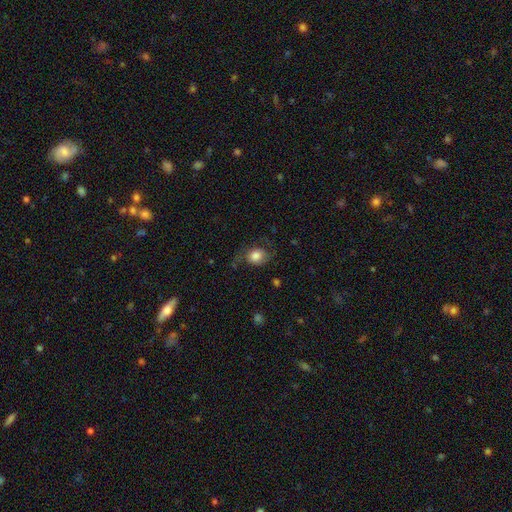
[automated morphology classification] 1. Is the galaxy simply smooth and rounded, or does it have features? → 70% smooth, 22% featured or disk, 8% star or artifact.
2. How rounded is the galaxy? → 53% round, 46% in between, 1% cigar-shaped.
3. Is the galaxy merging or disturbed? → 51% none, 27% minor disturbance, 21% major disturbance, 2% merger.